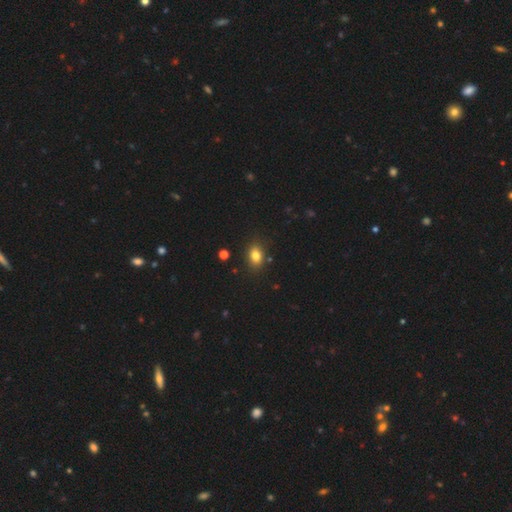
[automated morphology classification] A smooth galaxy with no disk features (81%) that is in between round and cigar-shaped (70%).

Vote fractions:
- Smooth or featured? smooth: 81% / star or artifact: 12% / featured or disk: 7%
- How rounded? in between: 70% / round: 29% / cigar-shaped: 1%
- Merging? none: 84% / minor disturbance: 11% / major disturbance: 3% / merger: 2%